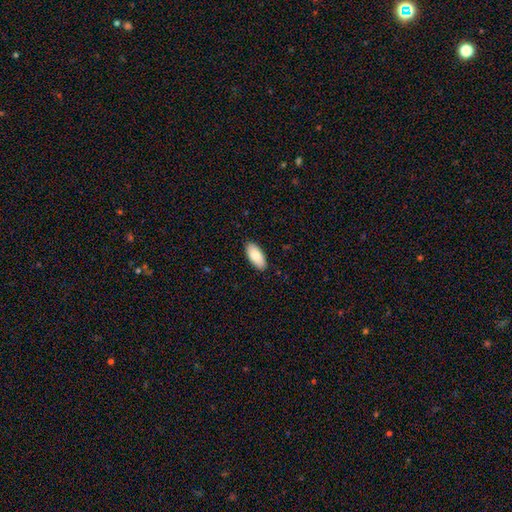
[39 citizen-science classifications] This appears to be a smooth galaxy with no disk features (82%) that is in between round and cigar-shaped (81%). Merging: none (84%).